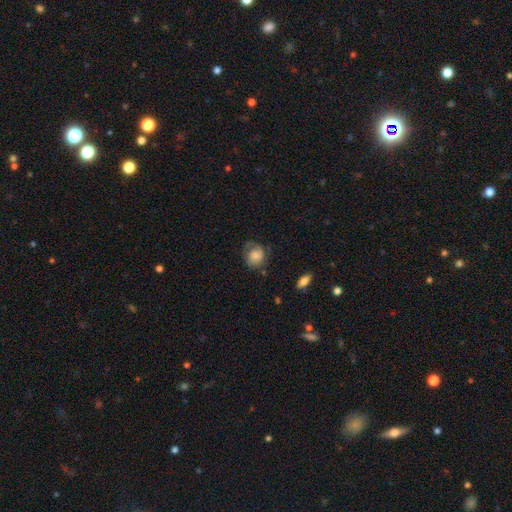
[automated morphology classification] Smooth or featured? Predicted: smooth (p=0.49). Merging? Predicted: none (p=0.56).